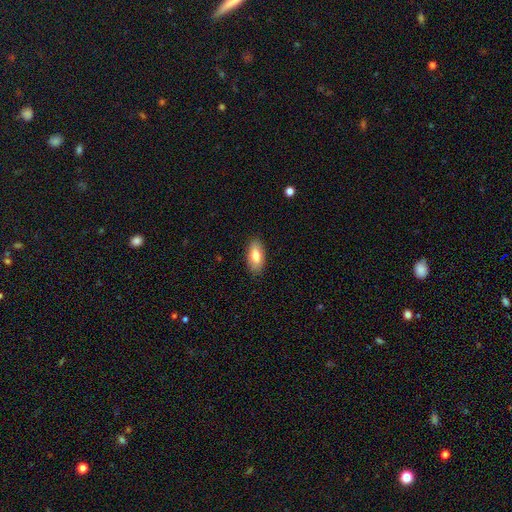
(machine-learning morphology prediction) Smooth or featured? Predicted: smooth (p=0.78). How rounded? Predicted: in between (p=0.88). Merging? Predicted: none (p=0.87).